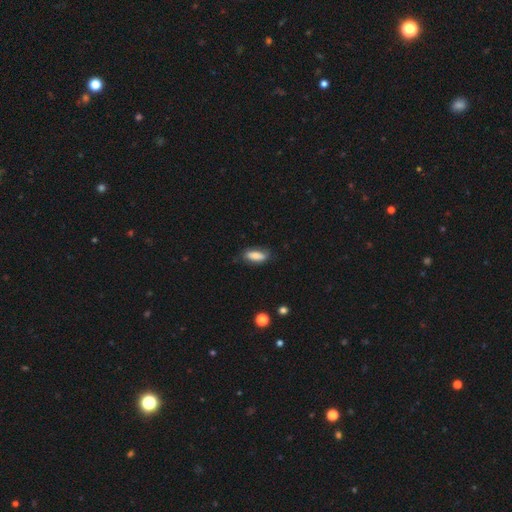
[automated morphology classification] Smooth or featured?
  - smooth: 75% *
  - featured or disk: 17%
  - star or artifact: 7%
How rounded?
  - in between: 77% *
  - cigar-shaped: 20%
  - round: 3%
Merging?
  - none: 68% *
  - minor disturbance: 25%
  - major disturbance: 6%
  - merger: 2%